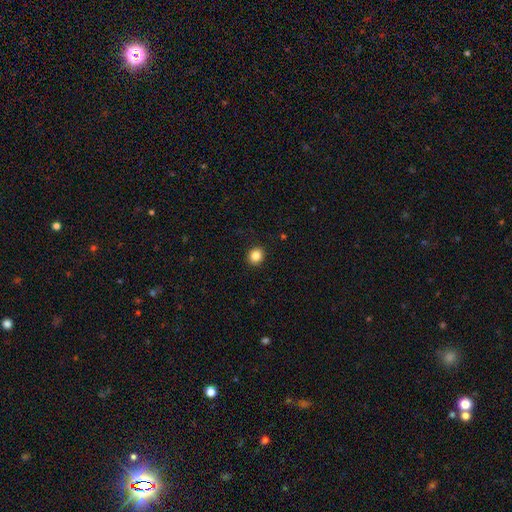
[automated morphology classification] A smooth galaxy with no disk features (85%) that is round (81%).

Vote fractions:
- Smooth or featured? smooth: 85% / star or artifact: 10% / featured or disk: 4%
- How rounded? round: 81% / in between: 18% / cigar-shaped: 1%
- Merging? none: 92% / minor disturbance: 6% / major disturbance: 2% / merger: 1%